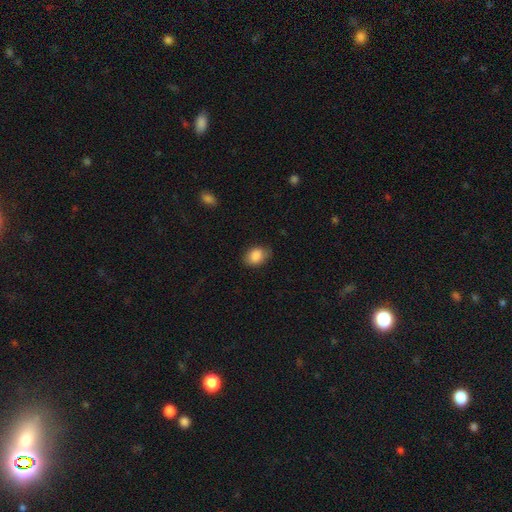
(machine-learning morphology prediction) Smooth or featured?
  - smooth: 87% *
  - star or artifact: 8%
  - featured or disk: 6%
How rounded?
  - in between: 72% *
  - round: 26%
  - cigar-shaped: 1%
Merging?
  - none: 77% *
  - minor disturbance: 18%
  - major disturbance: 4%
  - merger: 1%